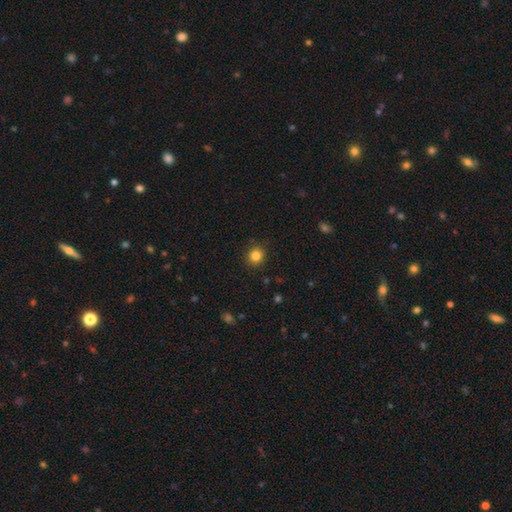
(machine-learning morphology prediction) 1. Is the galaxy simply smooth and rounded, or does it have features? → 83% smooth, 12% star or artifact, 5% featured or disk.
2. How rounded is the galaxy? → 88% round, 11% in between, 1% cigar-shaped.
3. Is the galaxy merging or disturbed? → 90% none, 7% minor disturbance, 2% major disturbance, 1% merger.